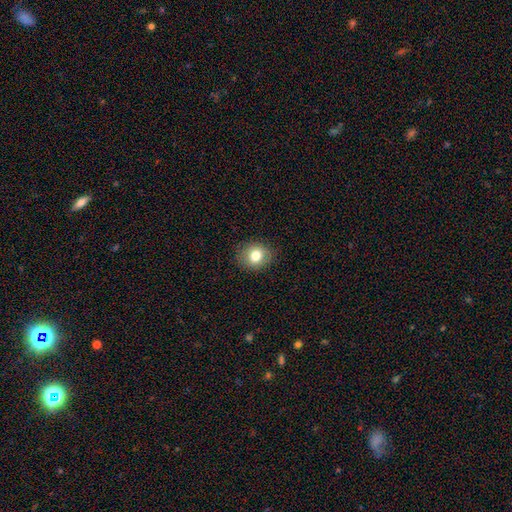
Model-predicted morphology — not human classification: Smooth or featured? smooth (78%)
How rounded? round (68%)
Merging? none (87%)